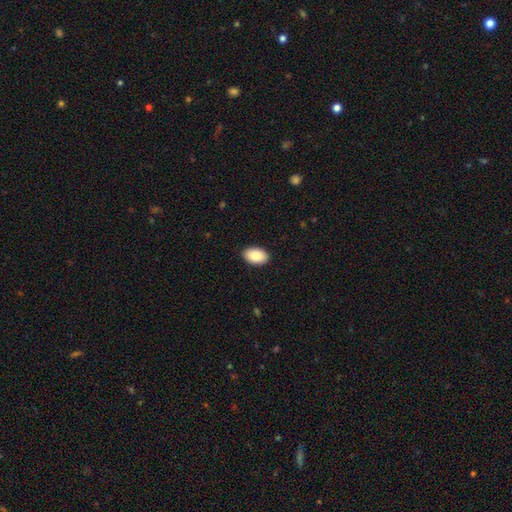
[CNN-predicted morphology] Overall: smooth (87%). How rounded: in between (93%). Merging: none (91%).